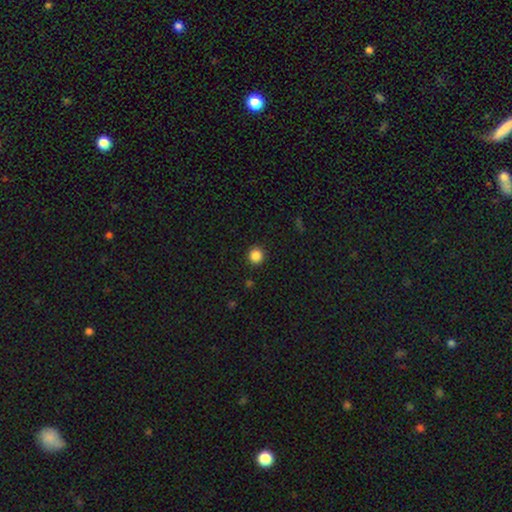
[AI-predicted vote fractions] Smooth or featured? Predicted: smooth (p=0.86). How rounded? Predicted: round (p=0.94). Merging? Predicted: none (p=0.92).